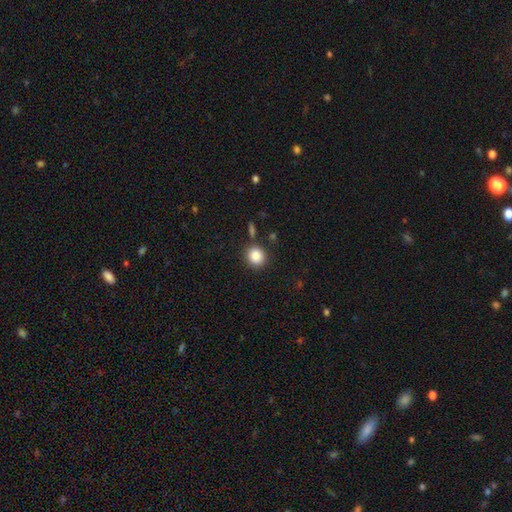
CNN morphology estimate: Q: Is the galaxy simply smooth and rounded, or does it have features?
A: smooth — 87%.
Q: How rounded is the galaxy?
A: round — 85%.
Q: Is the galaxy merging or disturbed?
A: none — 85%.